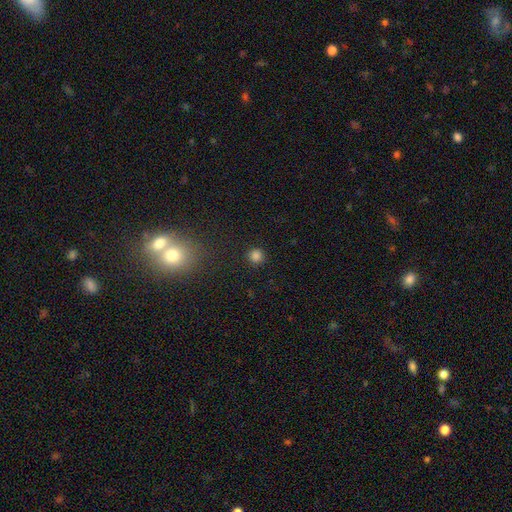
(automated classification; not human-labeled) Q: Smooth or featured?
A: smooth (83%); runner-up: star or artifact (14%)
Q: How rounded?
A: round (95%); runner-up: in between (4%)
Q: Merging?
A: none (92%); runner-up: minor disturbance (5%)